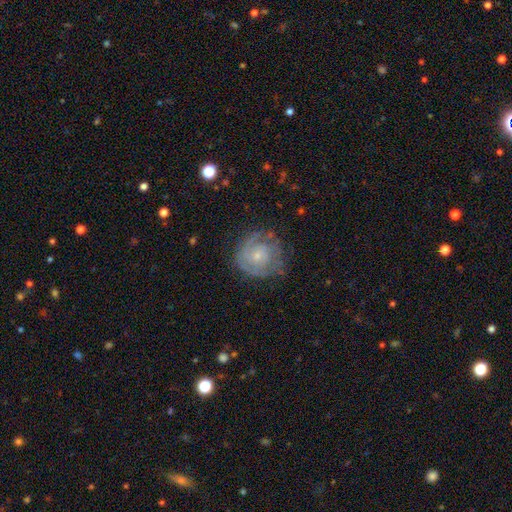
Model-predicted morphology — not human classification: Smooth or featured?
  - featured or disk: 70% *
  - smooth: 22%
  - star or artifact: 7%
Edge-on disk?
  - no: 98% *
  - yes: 2%
Bar?
  - no: 79% *
  - weak: 18%
  - strong: 3%
Spiral arms?
  - yes: 85% *
  - no: 15%
Spiral winding?
  - tight: 68% *
  - medium: 24%
  - loose: 8%
Spiral arm count?
  - can't tell: 41% *
  - 2: 30%
  - 3: 13%
  - 1: 8%
  - 4: 5%
  - more than 4: 4%
Bulge size?
  - small: 75% *
  - moderate: 19%
  - none: 3%
  - large: 1%
  - dominant: 1%
Merging?
  - none: 69% *
  - minor disturbance: 20%
  - major disturbance: 10%
  - merger: 1%